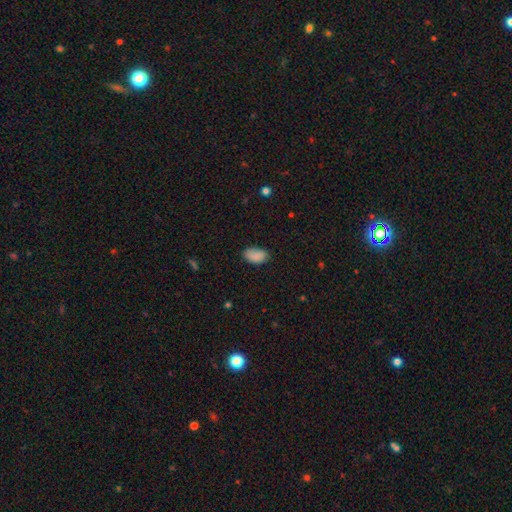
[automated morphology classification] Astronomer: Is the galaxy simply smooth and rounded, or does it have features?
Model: smooth — 88%.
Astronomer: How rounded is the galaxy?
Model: in between — 94%.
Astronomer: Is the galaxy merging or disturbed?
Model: none — 80%.